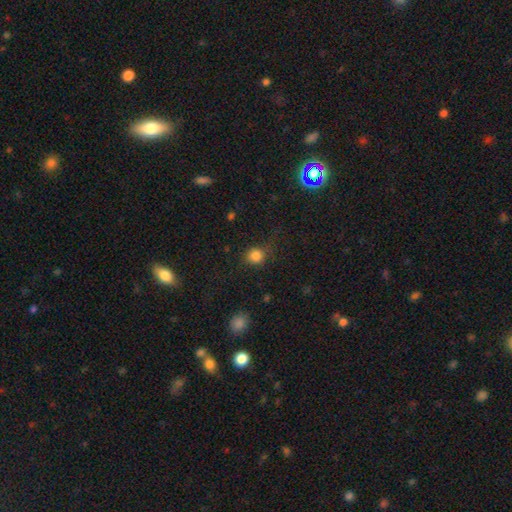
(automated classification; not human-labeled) smooth 82%, star or artifact 12%, featured or disk 5%. Down the decision tree: how rounded — round (87%); merging — none (74%).